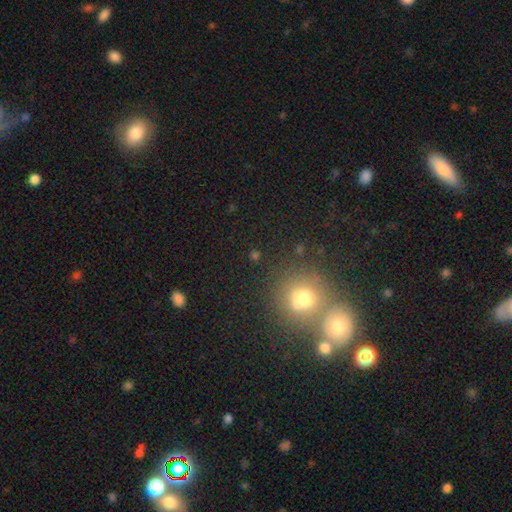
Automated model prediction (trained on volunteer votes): smooth_or_featured: smooth (p=0.54) [alt: star or artifact p=0.32]
how_rounded: round (p=0.78) [alt: in between p=0.20]
merging: none (p=0.62) [alt: merger p=0.23]